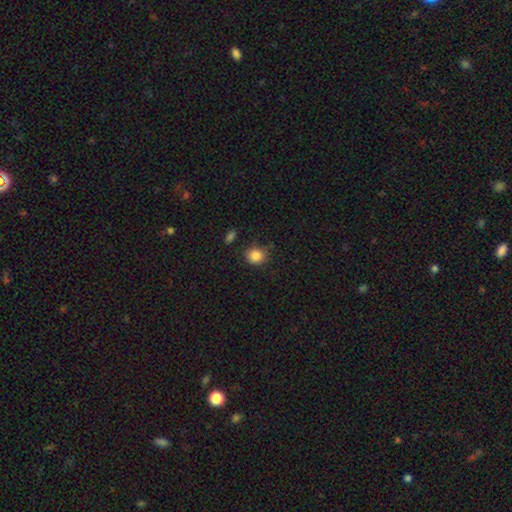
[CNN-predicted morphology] A smooth galaxy with no disk features (86%) that is round (81%).

Vote fractions:
- Smooth or featured? smooth: 86% / star or artifact: 10% / featured or disk: 4%
- How rounded? round: 81% / in between: 18% / cigar-shaped: 1%
- Merging? none: 79% / minor disturbance: 14% / major disturbance: 3% / merger: 3%